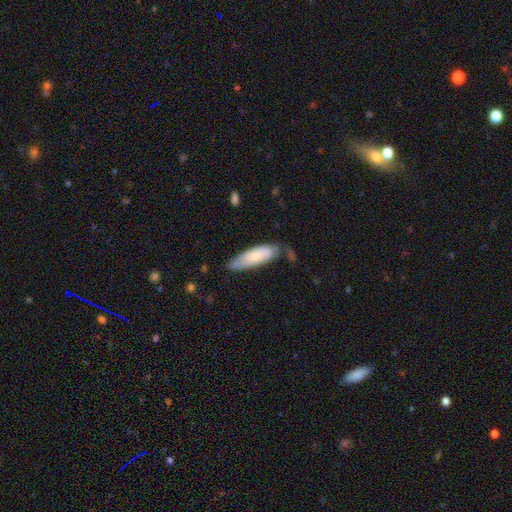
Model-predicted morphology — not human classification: Overall: smooth (66%; featured or disk 28%). How rounded: cigar-shaped (50%; in between 49%). Merging: none (61%; minor disturbance 29%).